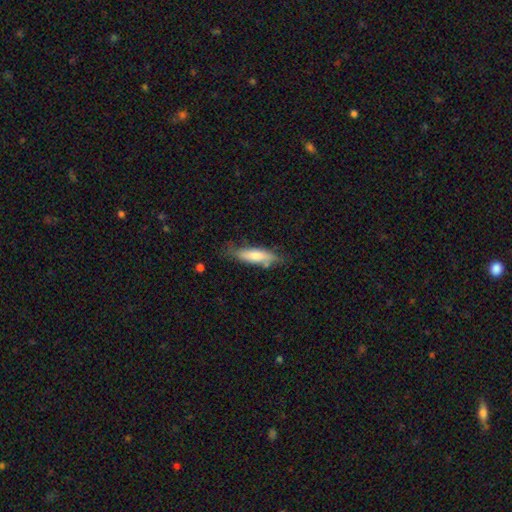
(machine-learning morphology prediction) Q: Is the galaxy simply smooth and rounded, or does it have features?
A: smooth — 72%.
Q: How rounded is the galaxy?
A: cigar-shaped — 56%.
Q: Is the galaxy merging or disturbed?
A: none — 60%.